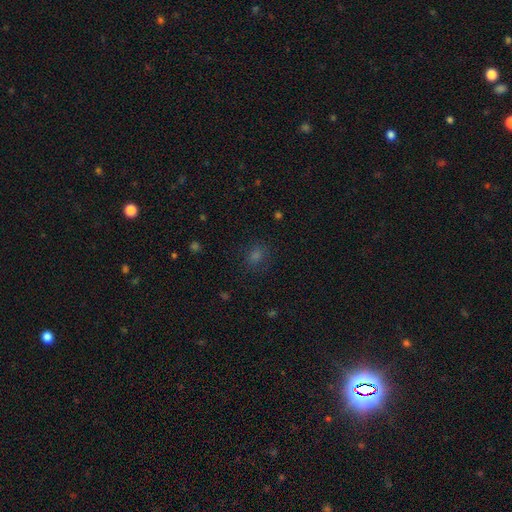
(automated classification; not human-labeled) Smooth or featured?
  - smooth: 58% *
  - star or artifact: 33%
  - featured or disk: 9%
How rounded?
  - round: 69% *
  - in between: 30%
  - cigar-shaped: 1%
Merging?
  - none: 83% *
  - minor disturbance: 11%
  - major disturbance: 5%
  - merger: 1%